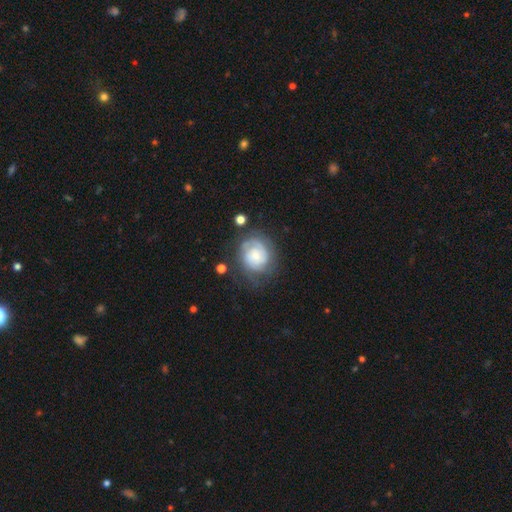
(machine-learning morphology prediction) The model was most divided on "spiral arm count": 2: 35%, can't tell: 32%, 3: 15%, 1: 10%, 4: 4%, more than 4: 4%. More confident: edge-on disk — no (98%); spiral arms — yes (91%); smooth or featured — featured or disk (71%); bar — no (71%); merging — none (65%); spiral winding — tight (62%); bulge size — small (54%).